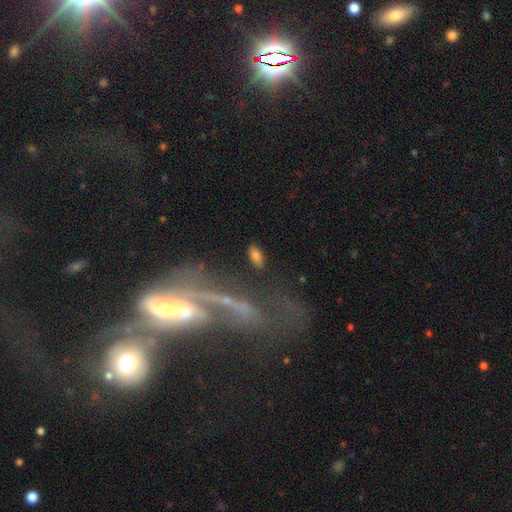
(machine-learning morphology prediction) smooth 79%, featured or disk 13%, star or artifact 9%. Down the decision tree: how rounded — in between (89%); merging — none (82%).